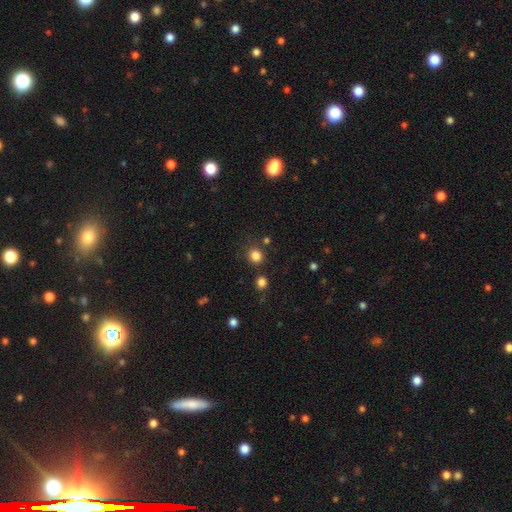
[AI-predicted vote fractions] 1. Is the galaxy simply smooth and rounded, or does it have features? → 82% smooth, 14% star or artifact, 4% featured or disk.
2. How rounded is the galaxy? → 86% round, 13% in between, 1% cigar-shaped.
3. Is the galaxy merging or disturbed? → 82% none, 9% minor disturbance, 6% merger, 3% major disturbance.